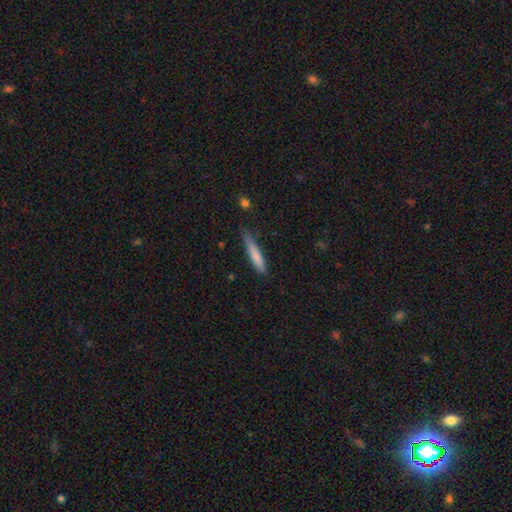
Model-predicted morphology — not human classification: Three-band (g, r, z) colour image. It shows a smooth galaxy with no disk features (77%) that is cigar-shaped (90%). Merging: none (71%).